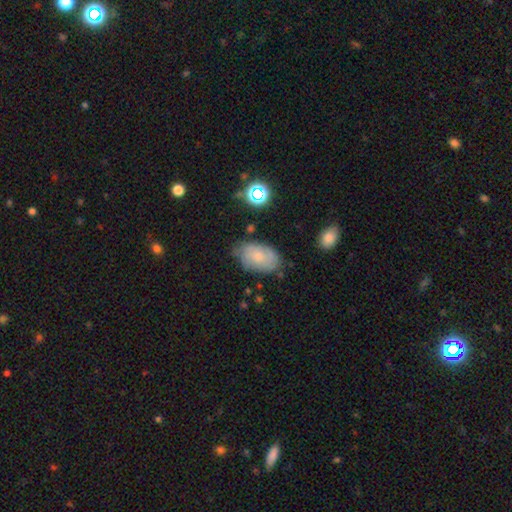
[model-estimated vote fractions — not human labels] Smooth or featured?
  - smooth: 60% *
  - featured or disk: 31%
  - star or artifact: 9%
How rounded?
  - in between: 90% *
  - round: 9%
  - cigar-shaped: 1%
Merging?
  - none: 64% *
  - minor disturbance: 26%
  - major disturbance: 7%
  - merger: 3%